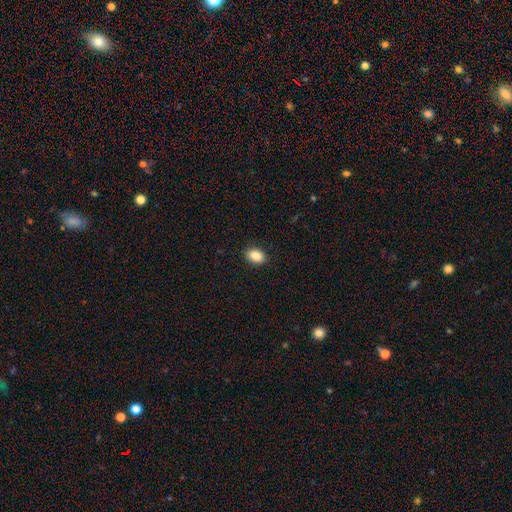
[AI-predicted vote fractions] smooth_or_featured: smooth (p=0.87) [alt: star or artifact p=0.08]
how_rounded: in between (p=0.80) [alt: round p=0.19]
merging: none (p=0.89) [alt: minor disturbance p=0.08]